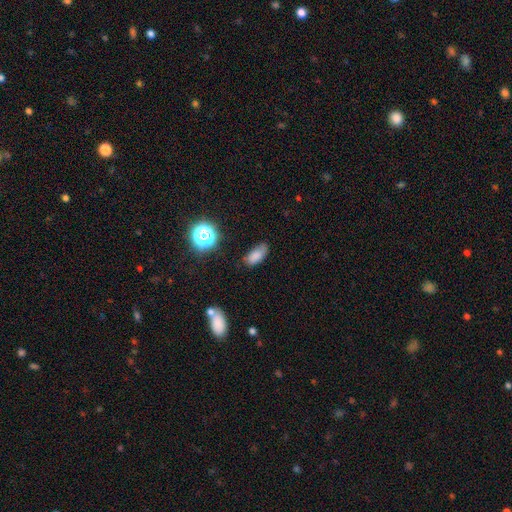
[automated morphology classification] This appears to be a smooth galaxy with no disk features (78%) that is in between round and cigar-shaped (88%). Merging: none (66%).